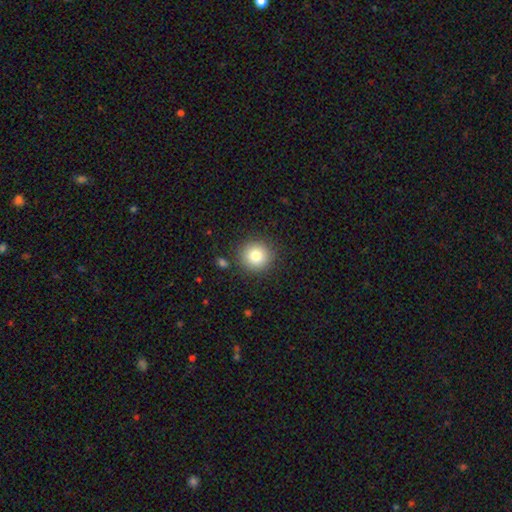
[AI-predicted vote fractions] This is clearly a smooth galaxy (81%). How rounded: clearly round (94%). Merging: clearly none (88%).